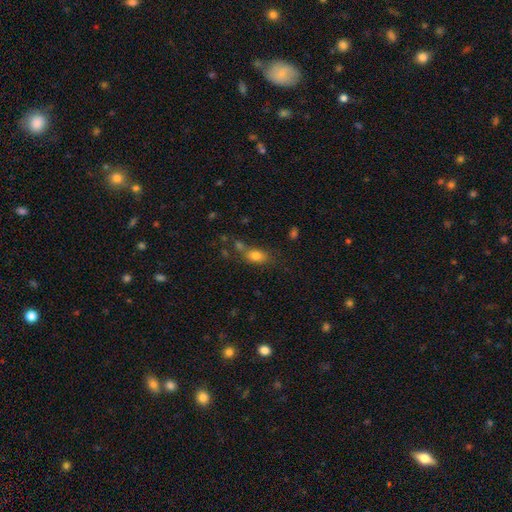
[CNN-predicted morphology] smooth 79%, star or artifact 11%, featured or disk 10%. Down the decision tree: how rounded — in between (77%); merging — none (55%).